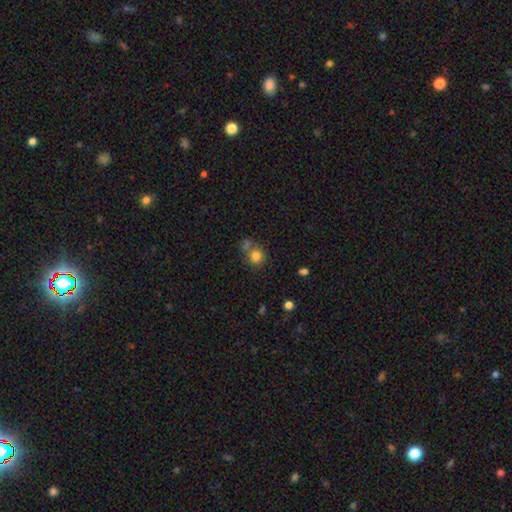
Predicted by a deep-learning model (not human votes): Morphology: type=smooth (81%); roundness=round (87%); merging=none (61%).